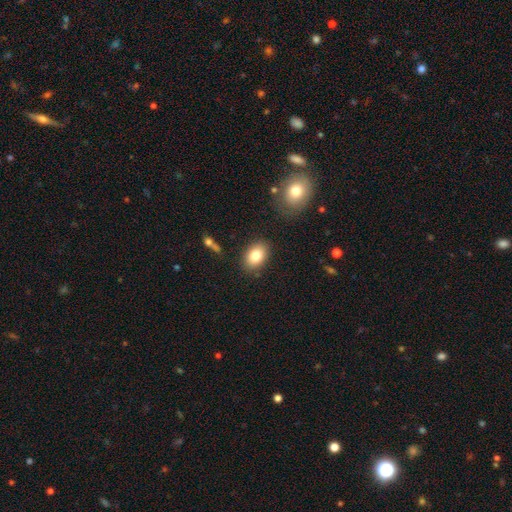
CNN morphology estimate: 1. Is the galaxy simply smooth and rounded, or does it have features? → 81% smooth, 11% featured or disk, 8% star or artifact.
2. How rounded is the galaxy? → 82% in between, 17% round, 1% cigar-shaped.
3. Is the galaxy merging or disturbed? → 85% none, 10% minor disturbance, 3% major disturbance, 2% merger.